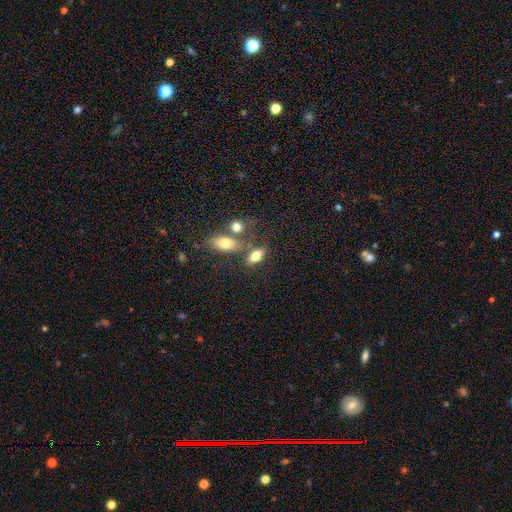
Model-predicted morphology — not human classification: type=smooth (77%); roundness=in between (84%); merging=none (57%).